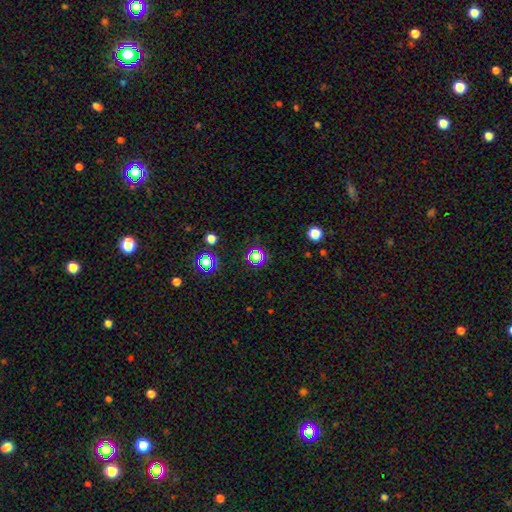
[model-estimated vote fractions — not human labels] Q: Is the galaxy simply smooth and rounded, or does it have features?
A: star or artifact — 65%.